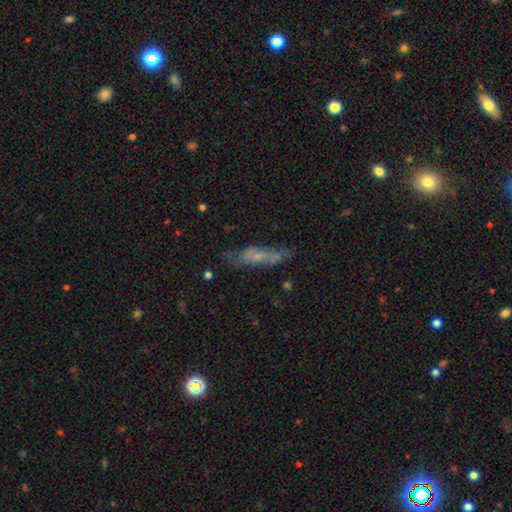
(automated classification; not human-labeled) Q: Smooth or featured?
A: smooth (52%); runner-up: featured or disk (40%)
Q: How rounded?
A: cigar-shaped (67%); runner-up: in between (31%)
Q: Merging?
A: none (56%); runner-up: minor disturbance (26%)